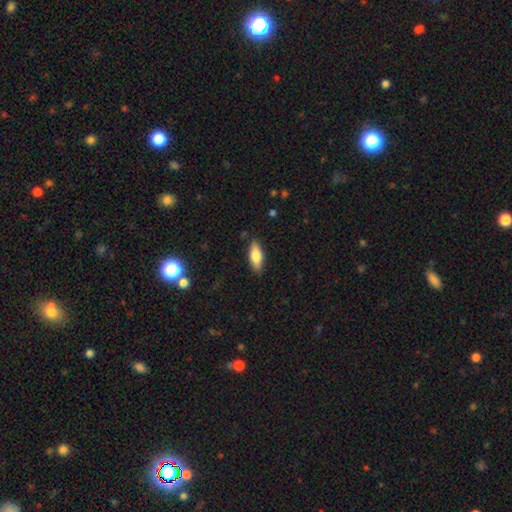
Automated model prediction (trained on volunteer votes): smooth 73%, featured or disk 20%, star or artifact 7%. Down the decision tree: how rounded — in between (70%); merging — none (87%).